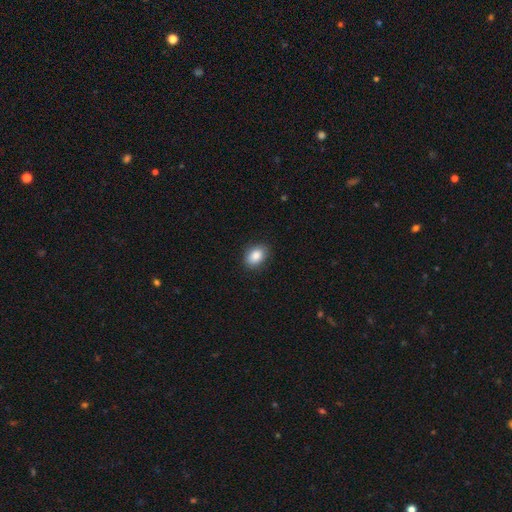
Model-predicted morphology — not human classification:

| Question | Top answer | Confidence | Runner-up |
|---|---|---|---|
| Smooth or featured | smooth | 87% | star or artifact (8%) |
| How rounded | in between | 80% | round (19%) |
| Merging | none | 87% | minor disturbance (10%) |